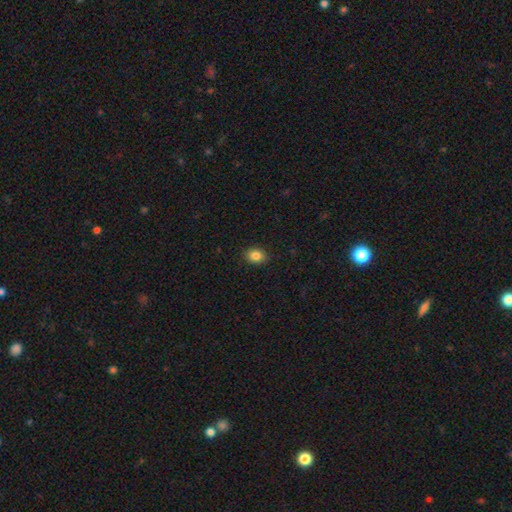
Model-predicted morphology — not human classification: Smooth or featured? smooth (86%)
How rounded? in between (60%)
Merging? none (89%)